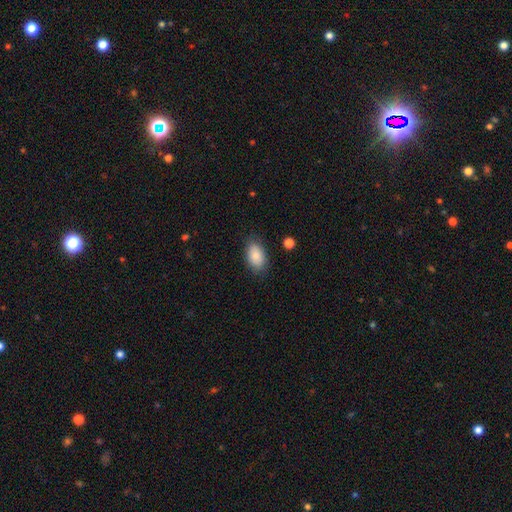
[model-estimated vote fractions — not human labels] Overall: smooth (86%). How rounded: in between (92%). Merging: none (84%).